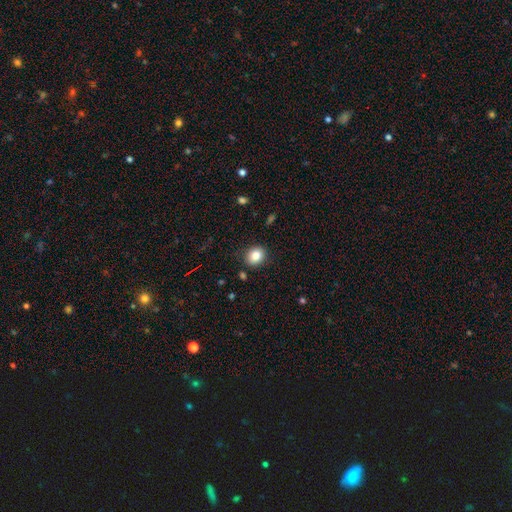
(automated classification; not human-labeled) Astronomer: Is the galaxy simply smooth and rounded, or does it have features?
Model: smooth — 84%.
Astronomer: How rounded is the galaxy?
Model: round — 57% (runner-up: in between, 42%).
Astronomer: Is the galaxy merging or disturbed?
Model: none — 86%.